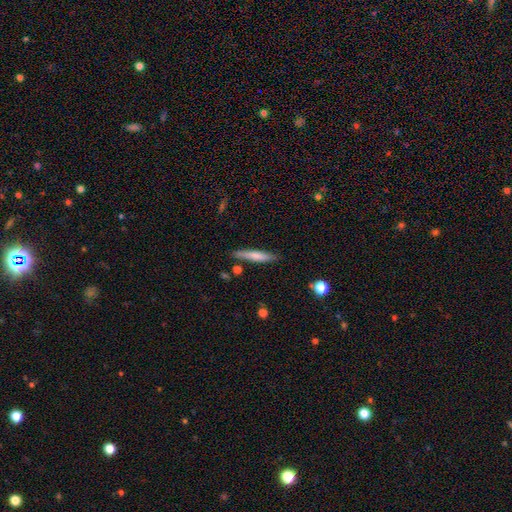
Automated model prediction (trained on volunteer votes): A smooth galaxy with no disk features (70%) that is cigar-shaped (90%). Merging: none (83%).